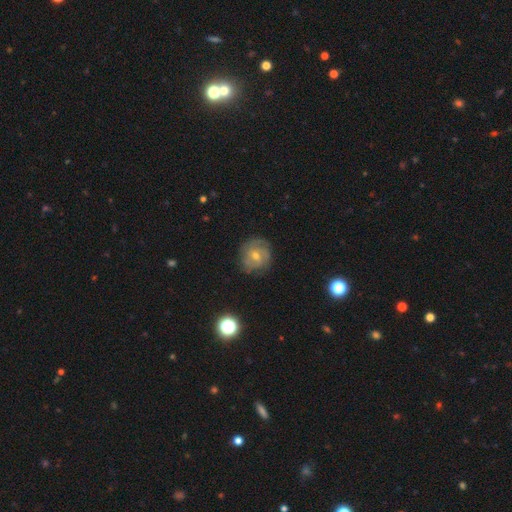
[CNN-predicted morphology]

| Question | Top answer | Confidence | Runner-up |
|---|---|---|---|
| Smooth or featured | featured or disk | 69% | smooth (21%) |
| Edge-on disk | no | 97% | yes (3%) |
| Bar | no | 63% | weak (31%) |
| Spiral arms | yes | 88% | no (12%) |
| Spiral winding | tight | 66% | medium (27%) |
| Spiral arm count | can't tell | 37% | 2 (24%) |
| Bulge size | small | 50% | moderate (47%) |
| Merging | none | 79% | minor disturbance (15%) |